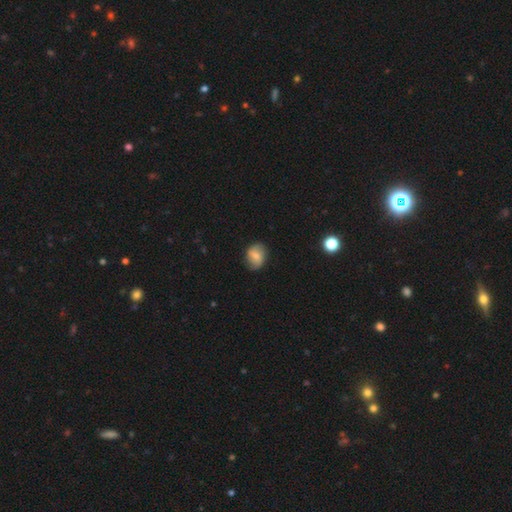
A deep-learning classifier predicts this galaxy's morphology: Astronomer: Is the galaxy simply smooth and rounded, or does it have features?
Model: smooth — 55% (runner-up: featured or disk, 37%).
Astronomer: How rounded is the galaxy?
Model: in between — 51% (runner-up: round, 47%).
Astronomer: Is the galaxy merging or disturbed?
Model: none — 79%.